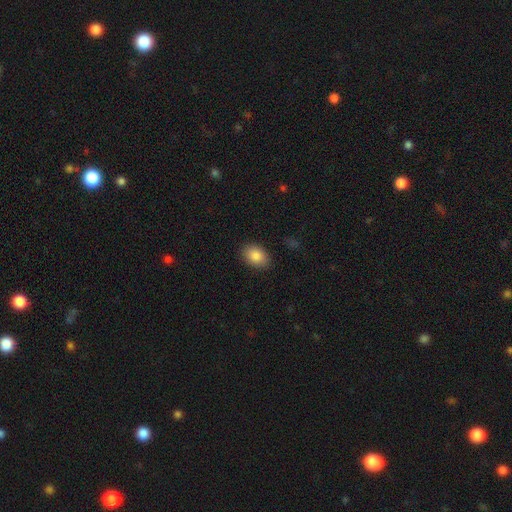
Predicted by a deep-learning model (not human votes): Smooth or featured? smooth (86%)
How rounded? in between (82%)
Merging? none (88%)